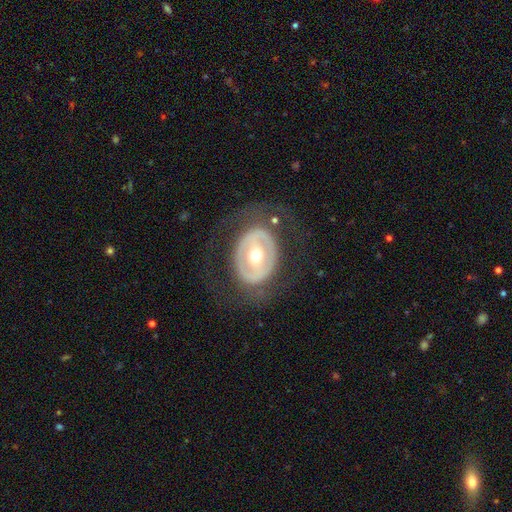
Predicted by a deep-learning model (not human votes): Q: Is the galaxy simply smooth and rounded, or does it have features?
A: featured or disk — 70%.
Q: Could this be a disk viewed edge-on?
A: no — 93%.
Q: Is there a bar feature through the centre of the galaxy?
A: no — 39%.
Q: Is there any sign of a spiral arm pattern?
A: no — 77%.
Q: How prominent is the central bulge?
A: moderate — 61%.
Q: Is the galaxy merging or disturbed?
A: none — 69%.